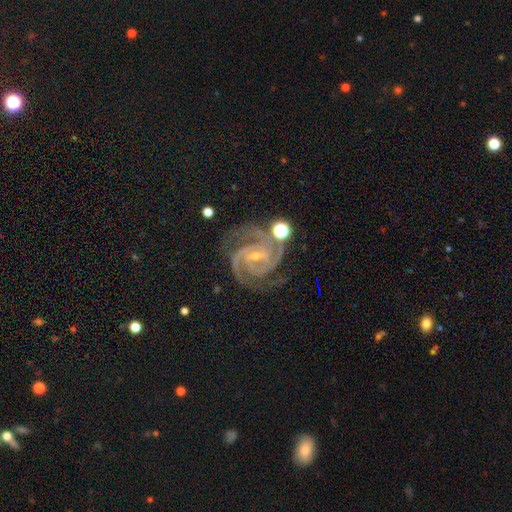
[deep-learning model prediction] Q: Smooth or featured?
A: featured or disk (92%); runner-up: star or artifact (5%)
Q: Edge-on disk?
A: no (98%); runner-up: yes (2%)
Q: Bar?
A: weak (41%); runner-up: strong (32%)
Q: Spiral arms?
A: yes (99%); runner-up: no (1%)
Q: Spiral winding?
A: tight (64%); runner-up: medium (33%)
Q: Spiral arm count?
A: 2 (42%); runner-up: 3 (37%)
Q: Bulge size?
A: small (74%); runner-up: moderate (22%)
Q: Merging?
A: none (72%); runner-up: minor disturbance (17%)